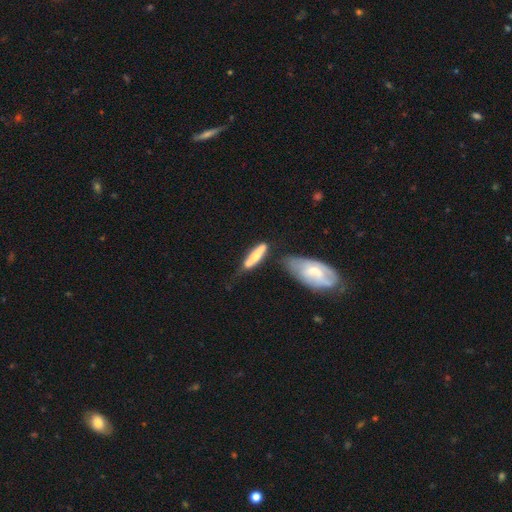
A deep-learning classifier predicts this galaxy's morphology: This is likely a smooth galaxy (67%). How rounded: likely cigar-shaped (79%). Merging: marginally none (41%).